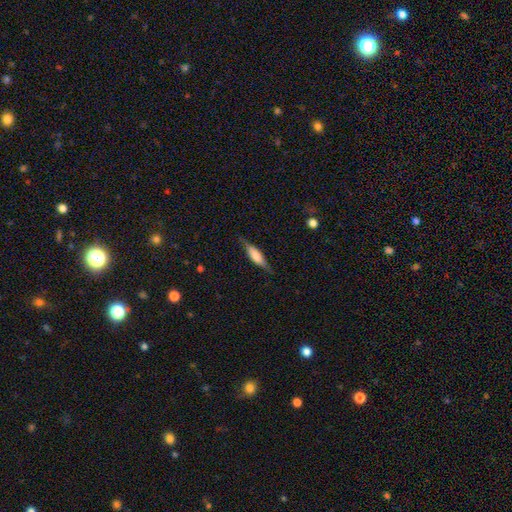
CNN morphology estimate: A smooth galaxy with no disk features (53%) that is cigar-shaped (59%).

Vote fractions:
- Smooth or featured? smooth: 53% / featured or disk: 40% / star or artifact: 7%
- How rounded? cigar-shaped: 59% / in between: 39% / round: 2%
- Merging? none: 75% / minor disturbance: 18% / major disturbance: 5% / merger: 1%